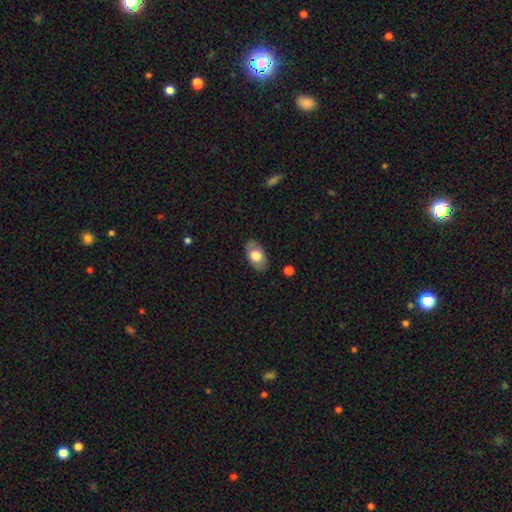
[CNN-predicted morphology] Smooth or featured: smooth — 65% (featured or disk — 29%)
How rounded: in between — 91% (round — 7%)
Merging: none — 83% (minor disturbance — 13%)